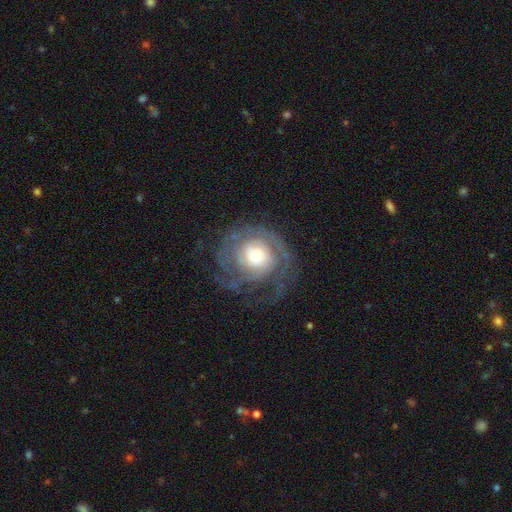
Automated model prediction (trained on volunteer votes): Morphology: type=featured or disk (80%); edge-on=no (97%); bar=no (78%); spiral arms=yes (91%); winding=tight (64%); arm count=can't tell (35%); bulge=moderate (41%); merging=none (67%).